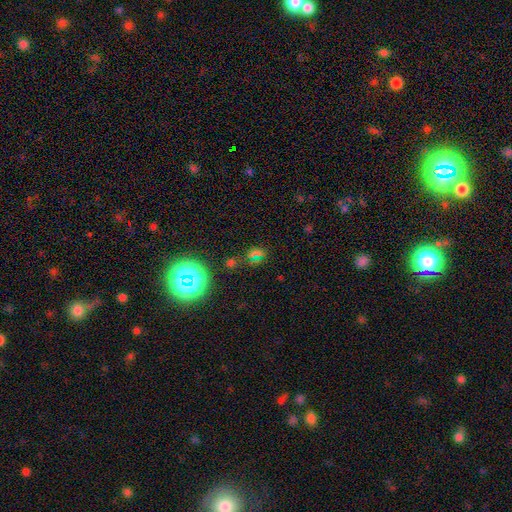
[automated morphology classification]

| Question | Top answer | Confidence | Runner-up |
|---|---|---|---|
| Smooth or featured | star or artifact | 55% | smooth (35%) |